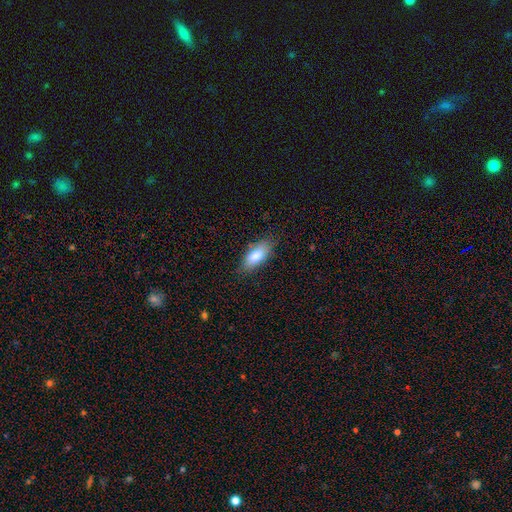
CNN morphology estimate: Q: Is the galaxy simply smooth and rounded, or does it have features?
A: smooth — 82%.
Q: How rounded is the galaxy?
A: in between — 83%.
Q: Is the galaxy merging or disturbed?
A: none — 79%.